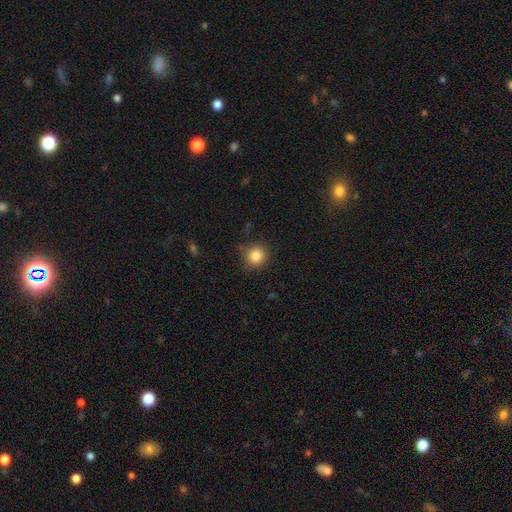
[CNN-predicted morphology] This is clearly a smooth galaxy (85%). How rounded: clearly round (90%). Merging: clearly none (84%).